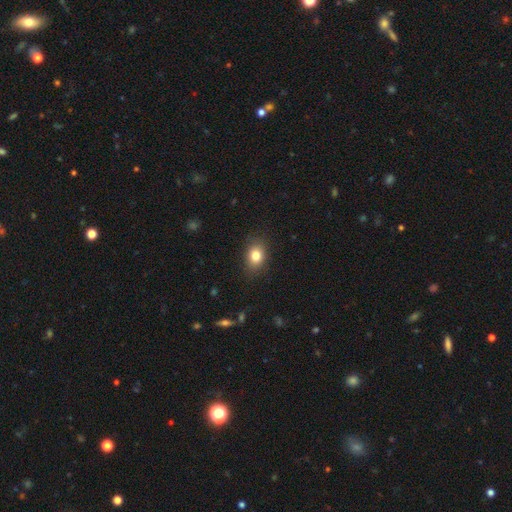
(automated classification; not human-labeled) Smooth or featured: smooth — 81% (star or artifact — 10%)
How rounded: in between — 67% (round — 32%)
Merging: none — 84% (minor disturbance — 12%)